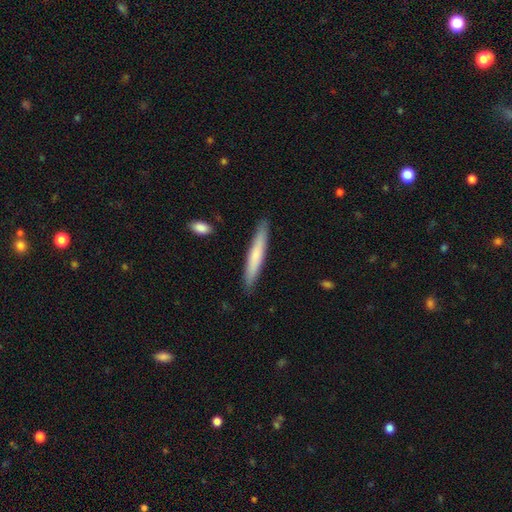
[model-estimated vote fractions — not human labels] smooth-or-featured: smooth: 67% | featured or disk: 28% | star or artifact: 5%
  how-rounded: cigar-shaped: 95% | in between: 4% | round: 1%
  merging: none: 88% | minor disturbance: 9% | major disturbance: 2% | merger: 1%